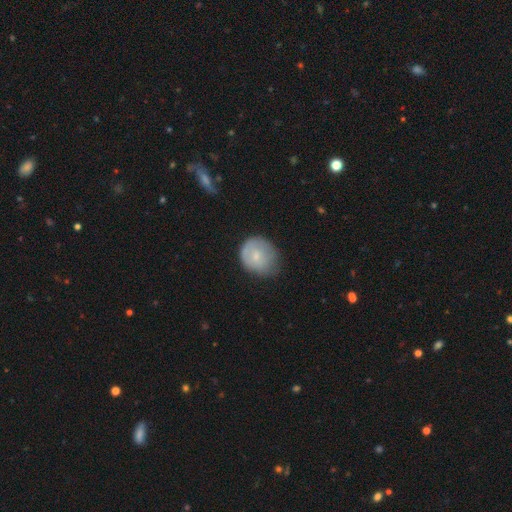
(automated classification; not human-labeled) Smooth or featured? Predicted: smooth (p=0.69). How rounded? Predicted: round (p=0.70). Merging? Predicted: none (p=0.53).